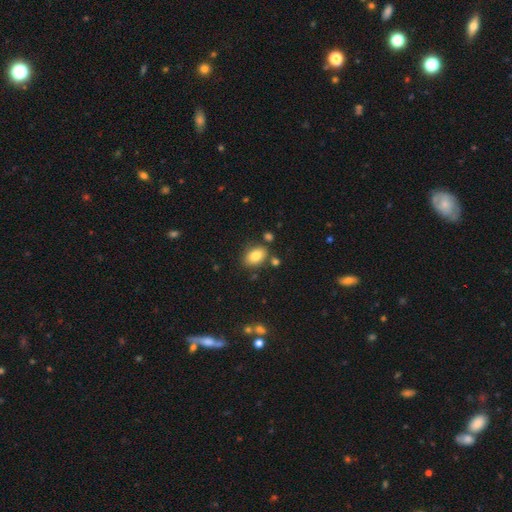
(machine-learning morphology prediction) Smooth or featured?
  - smooth: 82% *
  - featured or disk: 9%
  - star or artifact: 8%
How rounded?
  - in between: 87% *
  - round: 12%
  - cigar-shaped: 1%
Merging?
  - none: 77% *
  - minor disturbance: 13%
  - merger: 7%
  - major disturbance: 3%